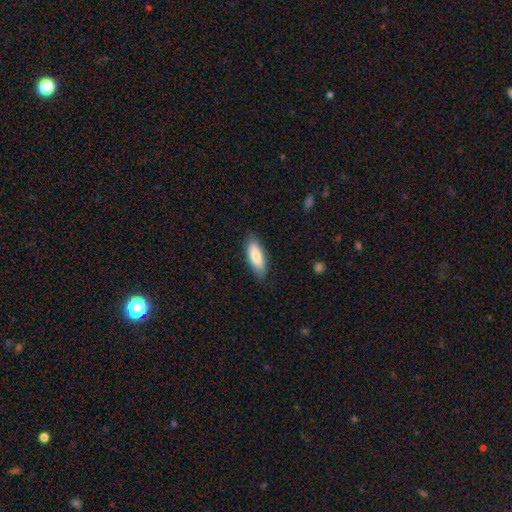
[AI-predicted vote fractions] Q: Smooth or featured?
A: smooth (79%); runner-up: featured or disk (15%)
Q: How rounded?
A: in between (67%); runner-up: cigar-shaped (31%)
Q: Merging?
A: none (83%); runner-up: minor disturbance (14%)